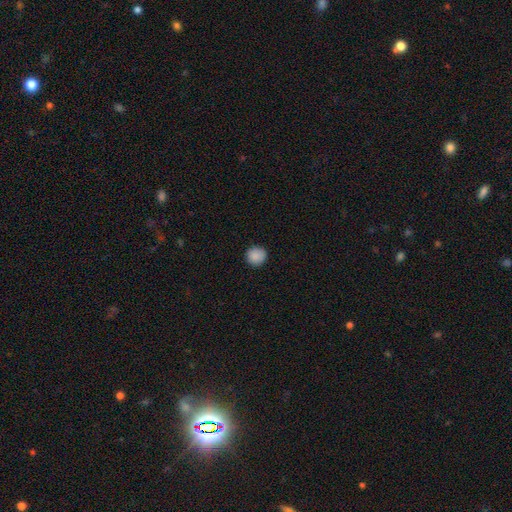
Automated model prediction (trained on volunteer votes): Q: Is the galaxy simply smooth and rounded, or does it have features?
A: smooth — 88%.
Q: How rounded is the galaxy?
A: round — 93%.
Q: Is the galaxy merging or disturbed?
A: none — 90%.